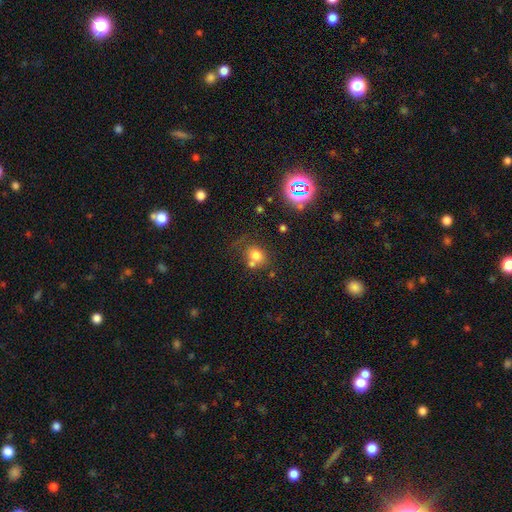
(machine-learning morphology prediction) smooth-or-featured: smooth: 73% | star or artifact: 15% | featured or disk: 12%
  how-rounded: round: 59% | in between: 40% | cigar-shaped: 1%
  merging: none: 50% | merger: 28% | minor disturbance: 15% | major disturbance: 7%